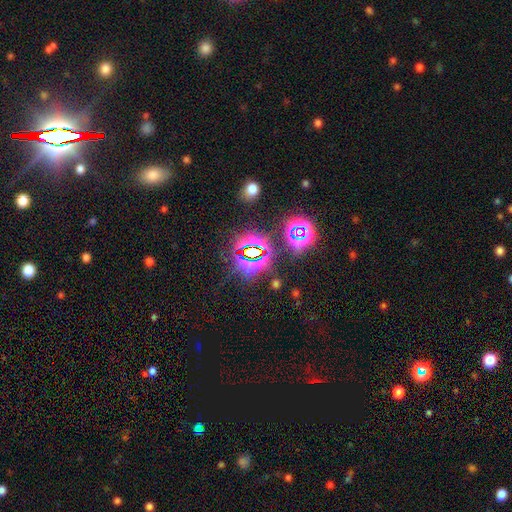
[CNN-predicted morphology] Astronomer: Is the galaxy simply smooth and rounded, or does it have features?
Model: star or artifact — 80%.